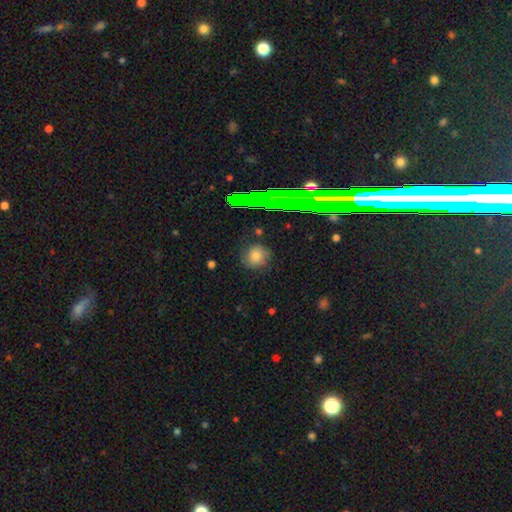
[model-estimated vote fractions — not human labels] Morphology: type=smooth (65%); roundness=round (84%); merging=none (76%).